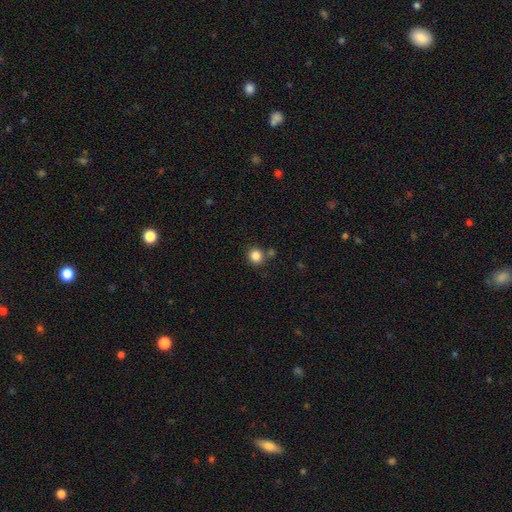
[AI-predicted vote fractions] Smooth or featured?
  - smooth: 85% *
  - star or artifact: 11%
  - featured or disk: 4%
How rounded?
  - round: 90% *
  - in between: 9%
  - cigar-shaped: 1%
Merging?
  - none: 76% *
  - merger: 11%
  - minor disturbance: 10%
  - major disturbance: 3%